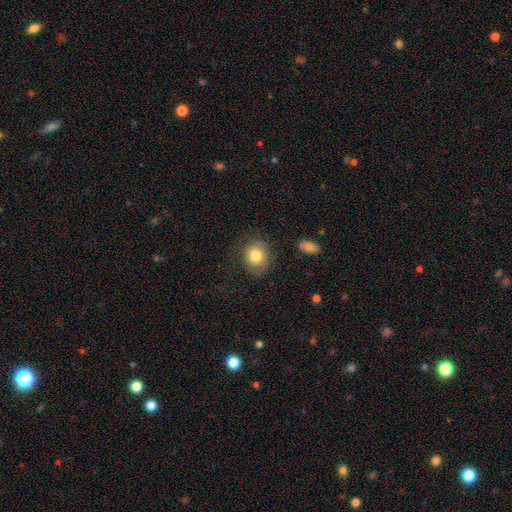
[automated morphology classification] smooth 76%, featured or disk 16%, star or artifact 8%. Down the decision tree: how rounded — round (57%); merging — none (68%).